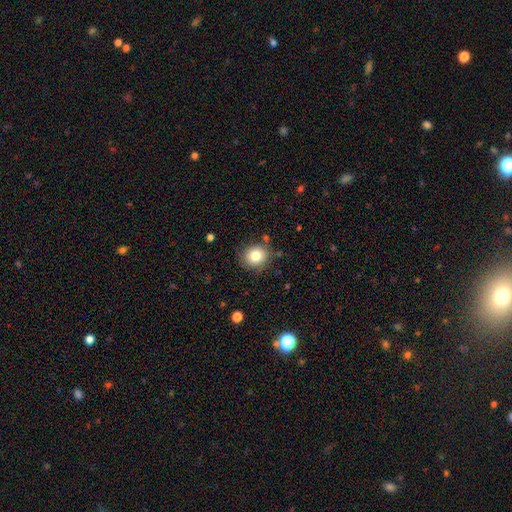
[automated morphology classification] The model was most divided on "how rounded": round: 84%, in between: 15%, cigar-shaped: 1%. More confident: merging — none (83%); smooth or featured — smooth (80%).